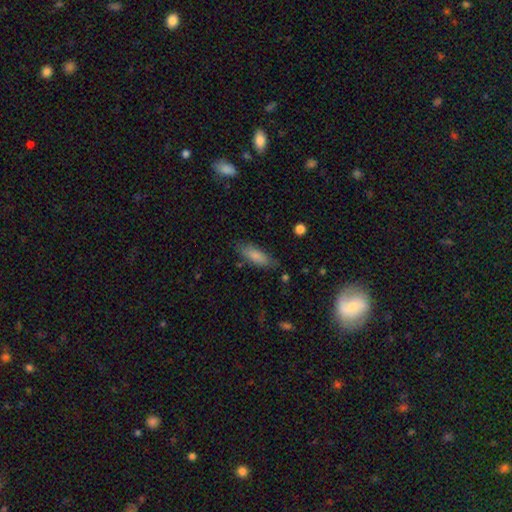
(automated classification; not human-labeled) smooth 81%, featured or disk 12%, star or artifact 6%. Down the decision tree: how rounded — in between (63%); merging — none (75%).